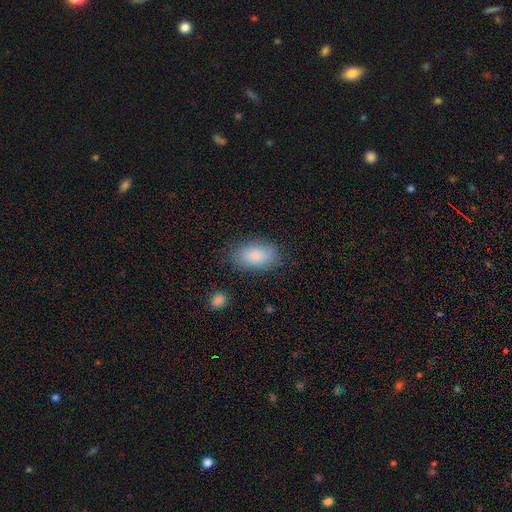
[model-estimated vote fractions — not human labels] Q: Smooth or featured?
A: smooth (85%); runner-up: featured or disk (8%)
Q: How rounded?
A: in between (92%); runner-up: round (6%)
Q: Merging?
A: none (80%); runner-up: minor disturbance (14%)